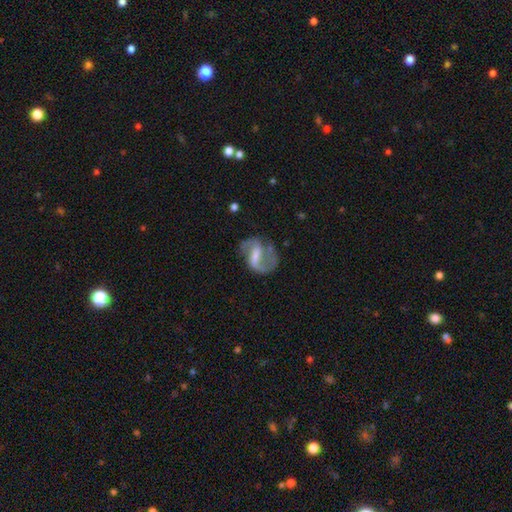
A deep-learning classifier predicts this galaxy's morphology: smooth-or-featured: featured or disk: 80% | smooth: 14% | star or artifact: 6%
  disk-edge-on: no: 97% | yes: 3%
    bar: strong: 44% | weak: 42% | no: 14%
    has-spiral-arms: yes: 90% | no: 10%
      spiral-winding: loose: 45% | medium: 44% | tight: 11%
      spiral-arm-count: 2: 86% | 1: 6% | can't tell: 5% | 3: 1% | 4: 1% | more than 4: 1%
    bulge-size: moderate: 31% (tied) | small: 31% (tied) | none: 29% | large: 8% | dominant: 1%
  merging: none: 59% | minor disturbance: 20% | major disturbance: 18% | merger: 3%